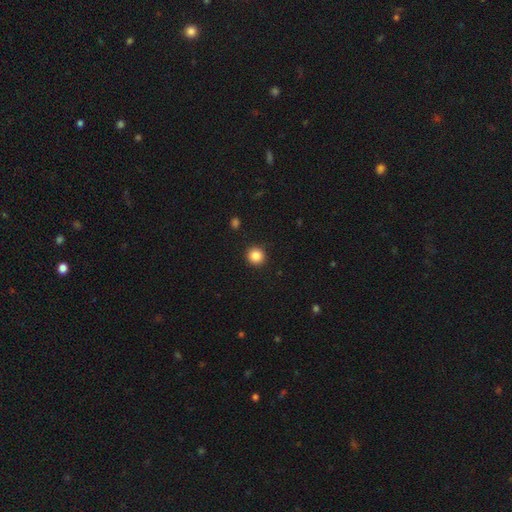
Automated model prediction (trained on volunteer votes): Overall: smooth (86%). How rounded: round (94%). Merging: none (92%).